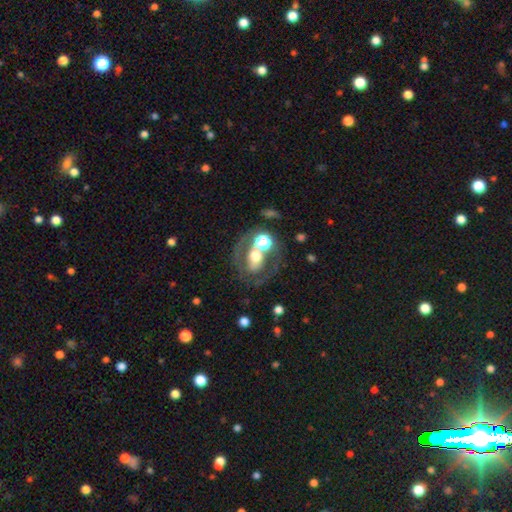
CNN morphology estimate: smooth_or_featured: featured or disk (p=0.52) [alt: smooth p=0.35]
disk_edge_on: no (p=0.94) [alt: yes p=0.06]
merging: none (p=0.48) [alt: merger p=0.25]